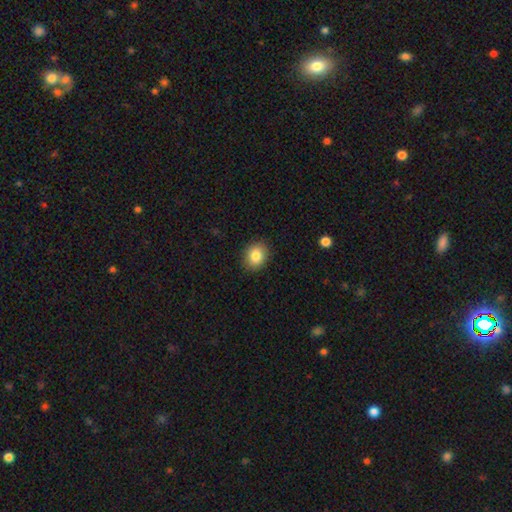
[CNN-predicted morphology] type=smooth (84%); roundness=round (54%); merging=none (89%).